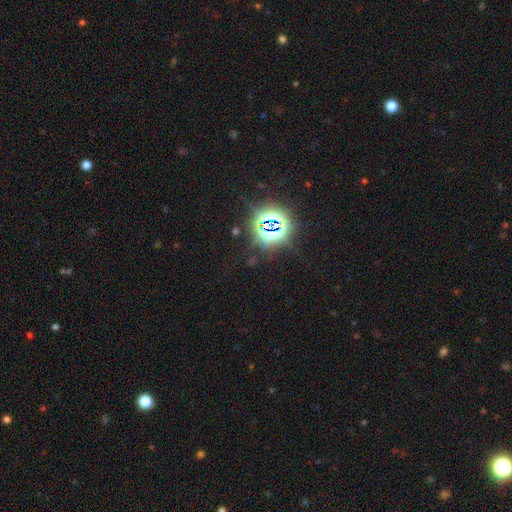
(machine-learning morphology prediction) Smooth or featured? star or artifact (82%)